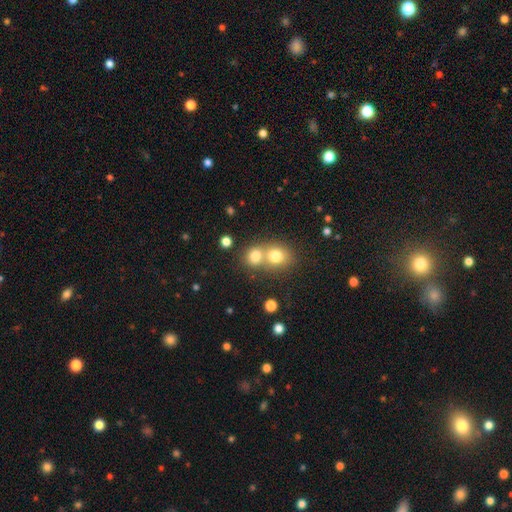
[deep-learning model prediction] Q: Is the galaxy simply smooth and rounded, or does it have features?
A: smooth — 55%.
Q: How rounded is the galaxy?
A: round — 72%.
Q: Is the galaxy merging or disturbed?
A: none — 53%.